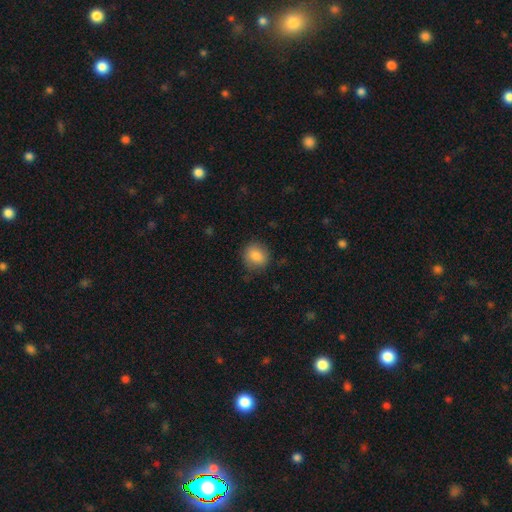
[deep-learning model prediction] The model was most divided on "how rounded": round: 72%, in between: 27%, cigar-shaped: 1%. More confident: smooth or featured — smooth (86%); merging — none (80%).